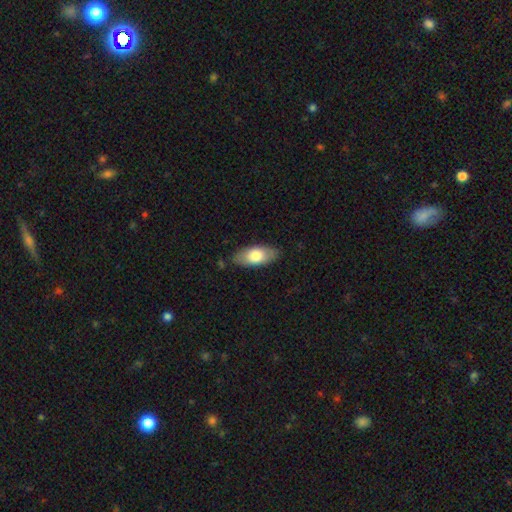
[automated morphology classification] Q: Smooth or featured?
A: smooth (75%); runner-up: featured or disk (19%)
Q: How rounded?
A: in between (88%); runner-up: cigar-shaped (9%)
Q: Merging?
A: none (81%); runner-up: minor disturbance (14%)